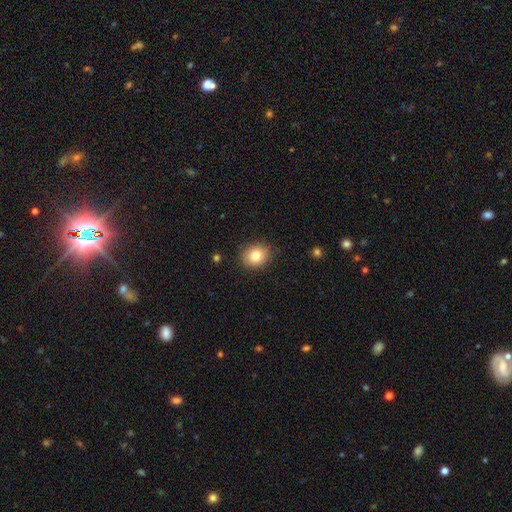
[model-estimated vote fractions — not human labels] smooth 80%, featured or disk 10%, star or artifact 10%. Down the decision tree: how rounded — round (60%); merging — none (87%).